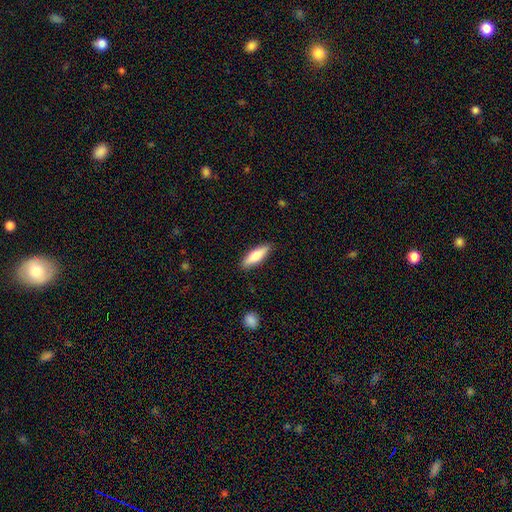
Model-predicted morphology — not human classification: Smooth or featured: smooth — 71% (featured or disk — 23%)
How rounded: cigar-shaped — 56% (in between — 42%)
Merging: none — 88% (minor disturbance — 9%)